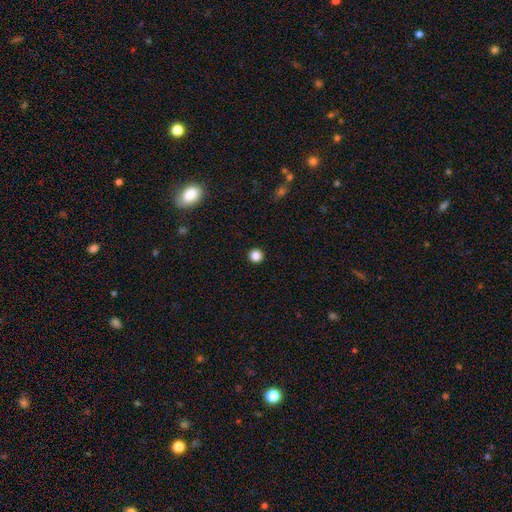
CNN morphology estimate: Q: Smooth or featured?
A: smooth (86%); runner-up: star or artifact (11%)
Q: How rounded?
A: round (96%); runner-up: in between (3%)
Q: Merging?
A: none (94%); runner-up: minor disturbance (4%)